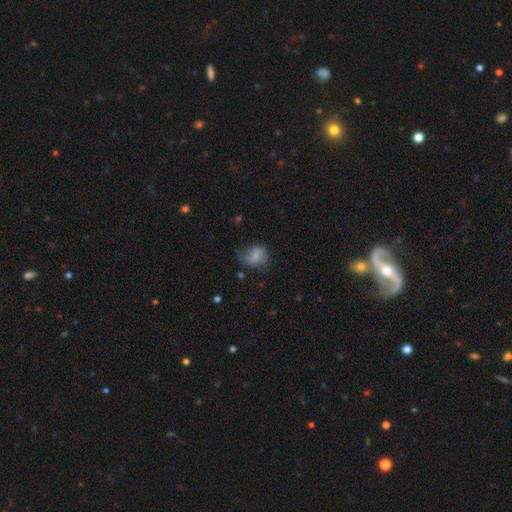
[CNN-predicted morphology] The model was most divided on "how rounded": in between: 54%, round: 45%, cigar-shaped: 1%. Remaining: smooth or featured — smooth (66%); merging — none (46%).